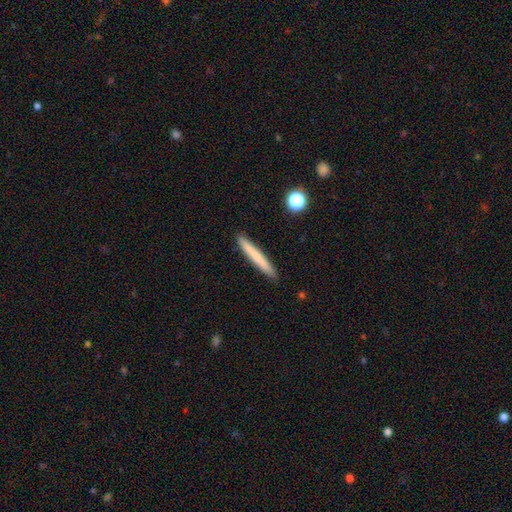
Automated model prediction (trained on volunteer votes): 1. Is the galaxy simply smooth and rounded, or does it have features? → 70% smooth, 24% featured or disk, 6% star or artifact.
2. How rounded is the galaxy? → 96% cigar-shaped, 3% in between, 1% round.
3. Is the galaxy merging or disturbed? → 91% none, 6% minor disturbance, 1% major disturbance, 1% merger.